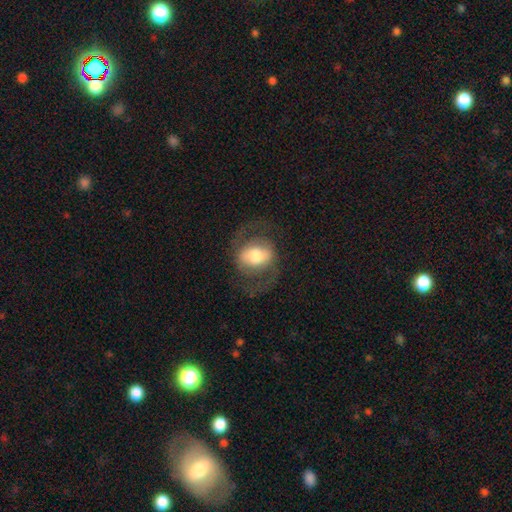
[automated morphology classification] Smooth or featured? Predicted: featured or disk (p=0.57). Edge-on disk? Predicted: no (p=0.95). Bar? Predicted: no (p=0.39). Spiral arms? Predicted: yes (p=0.64). Bulge size? Predicted: moderate (p=0.54). Merging? Predicted: none (p=0.68).